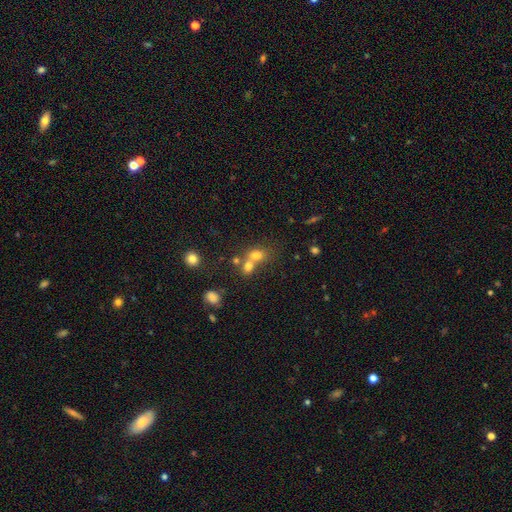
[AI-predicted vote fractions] Smooth or featured: smooth — 71% (star or artifact — 15%)
How rounded: round — 57% (in between — 41%)
Merging: merger — 58% (none — 31%)